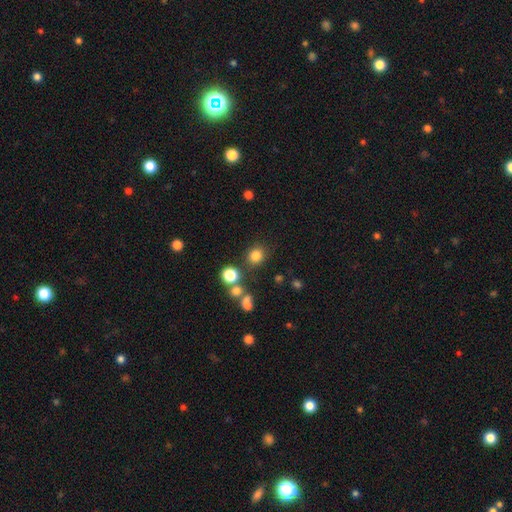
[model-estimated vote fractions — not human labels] Smooth or featured: smooth — 80% (star or artifact — 15%)
How rounded: round — 83% (in between — 16%)
Merging: none — 81% (minor disturbance — 9%)